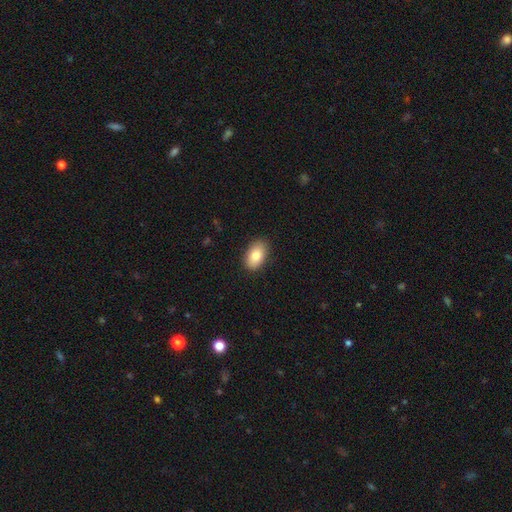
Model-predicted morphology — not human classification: The model was most divided on "smooth or featured": smooth: 84%, featured or disk: 9%, star or artifact: 7%. More confident: how rounded — in between (92%); merging — none (88%).